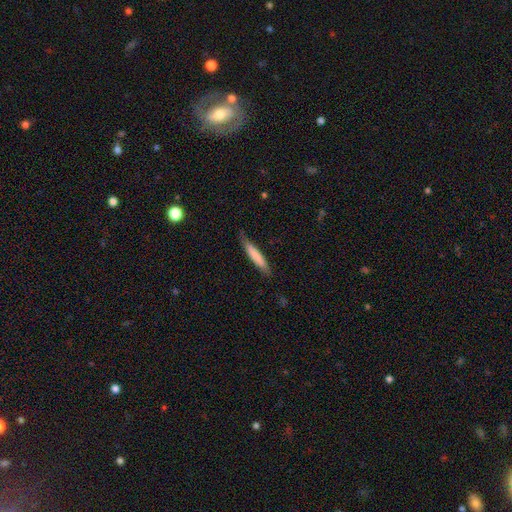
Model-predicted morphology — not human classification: Q: Smooth or featured?
A: smooth (75%); runner-up: featured or disk (20%)
Q: How rounded?
A: cigar-shaped (91%); runner-up: in between (8%)
Q: Merging?
A: none (76%); runner-up: minor disturbance (19%)